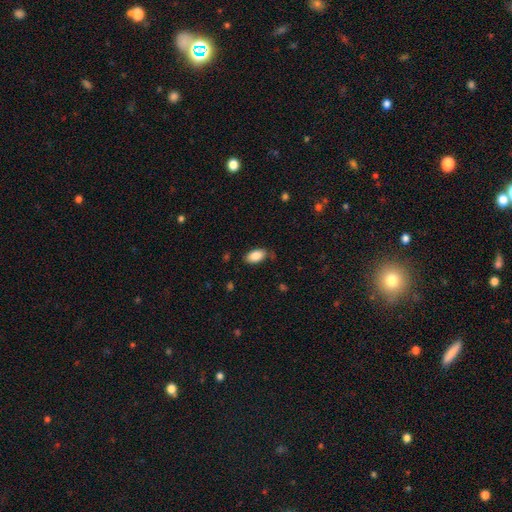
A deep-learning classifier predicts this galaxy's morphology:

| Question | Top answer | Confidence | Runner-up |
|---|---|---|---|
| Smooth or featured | smooth | 87% | star or artifact (7%) |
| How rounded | in between | 94% | round (4%) |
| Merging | none | 78% | minor disturbance (17%) |